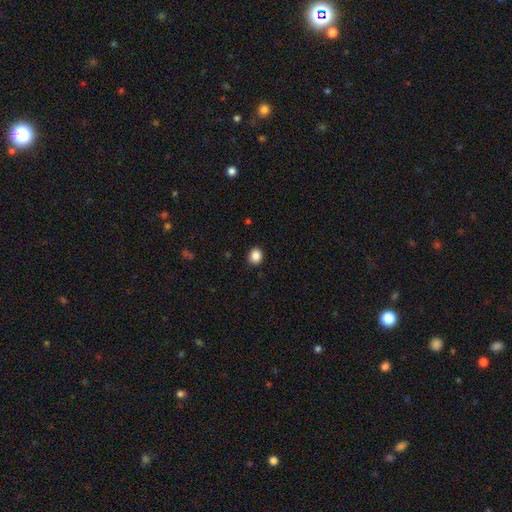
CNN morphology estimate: This appears to be a smooth galaxy with no disk features (87%) that is round (77%). Merging: none (91%).